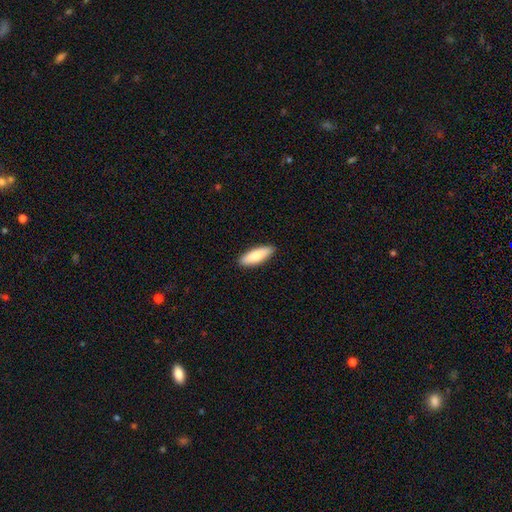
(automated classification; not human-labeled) This is clearly a smooth galaxy (83%). How rounded: possibly cigar-shaped (49%, tied with in between). Merging: clearly none (89%).